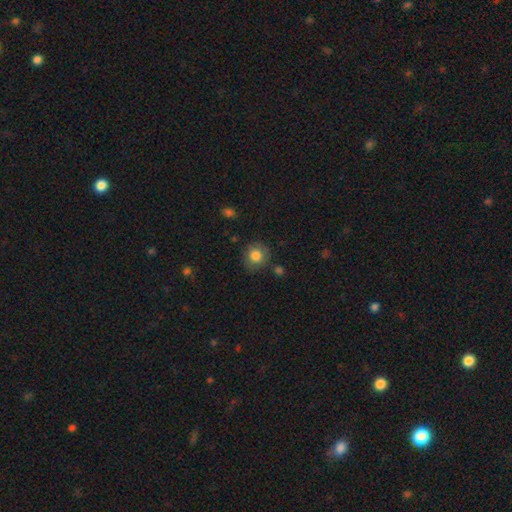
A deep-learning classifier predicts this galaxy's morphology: Smooth or featured: smooth — 82% (featured or disk — 9%)
How rounded: round — 85% (in between — 14%)
Merging: none — 80% (minor disturbance — 14%)